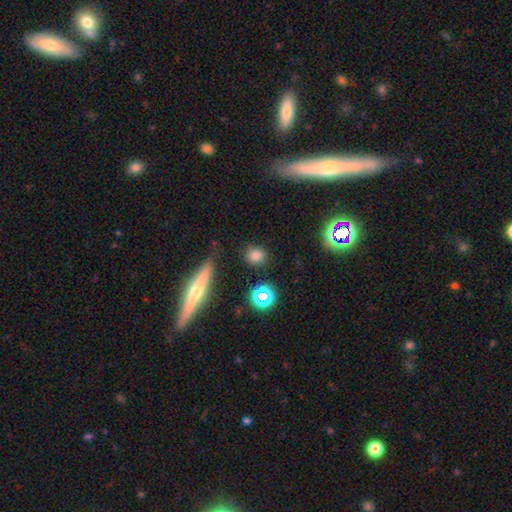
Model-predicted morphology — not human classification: smooth 78%, star or artifact 15%, featured or disk 7%. Down the decision tree: how rounded — round (72%); merging — none (82%).